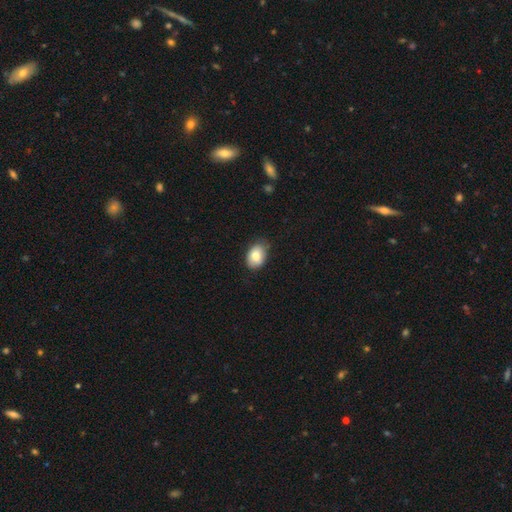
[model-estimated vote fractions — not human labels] This is clearly a smooth galaxy (81%). How rounded: clearly in between (83%). Merging: likely none (71%).